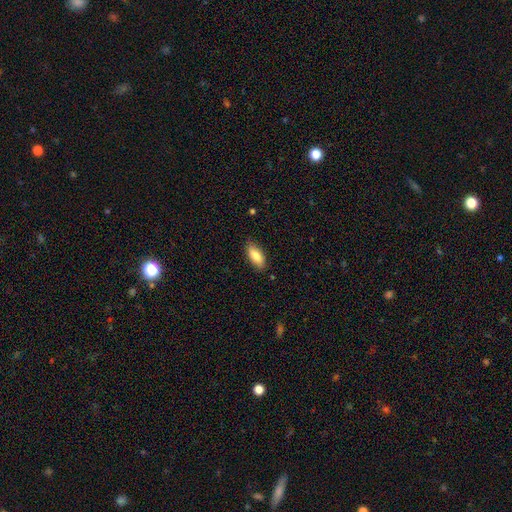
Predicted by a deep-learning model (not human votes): Q: Smooth or featured?
A: smooth (81%); runner-up: featured or disk (12%)
Q: How rounded?
A: in between (84%); runner-up: cigar-shaped (13%)
Q: Merging?
A: none (85%); runner-up: minor disturbance (12%)